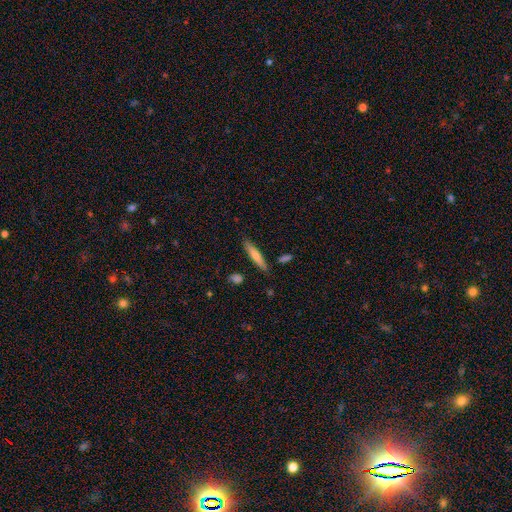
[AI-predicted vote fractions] Smooth or featured? Predicted: smooth (p=0.61). How rounded? Predicted: cigar-shaped (p=0.89). Merging? Predicted: none (p=0.85).